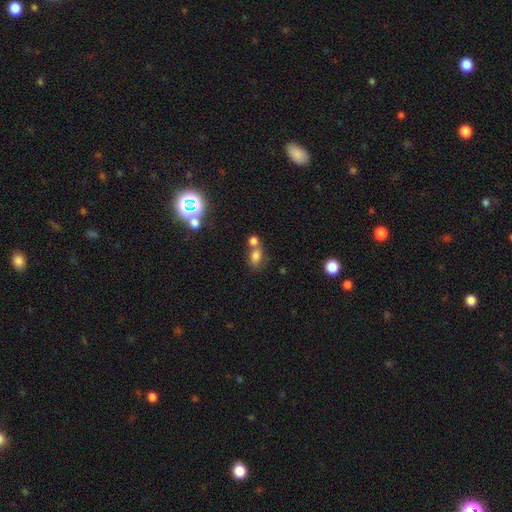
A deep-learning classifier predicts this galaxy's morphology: Q: Smooth or featured?
A: smooth (71%); runner-up: star or artifact (16%)
Q: How rounded?
A: in between (66%); runner-up: round (32%)
Q: Merging?
A: merger (48%); runner-up: none (35%)